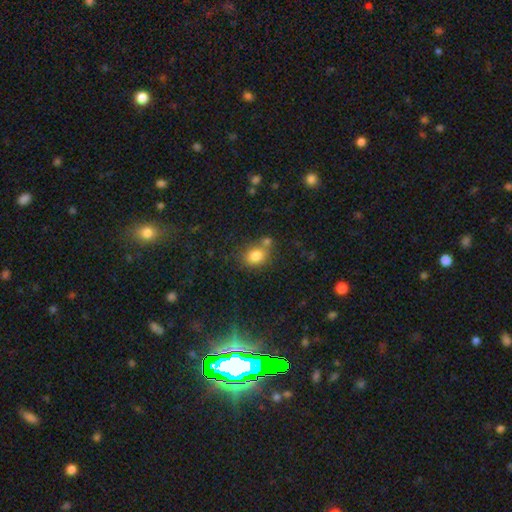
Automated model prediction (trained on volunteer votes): smooth-or-featured: smooth: 82% | star or artifact: 11% | featured or disk: 7%
  how-rounded: round: 50% | in between: 49% | cigar-shaped: 1%
  merging: none: 59% | merger: 21% | minor disturbance: 15% | major disturbance: 5%